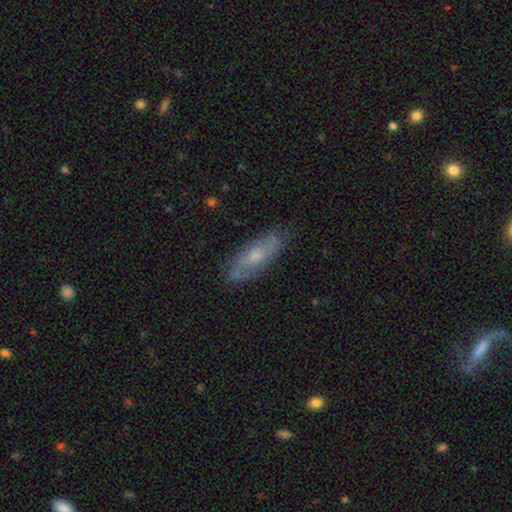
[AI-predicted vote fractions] Smooth or featured? Predicted: featured or disk (p=0.54). Edge-on disk? Predicted: no (p=0.76). Merging? Predicted: none (p=0.76).